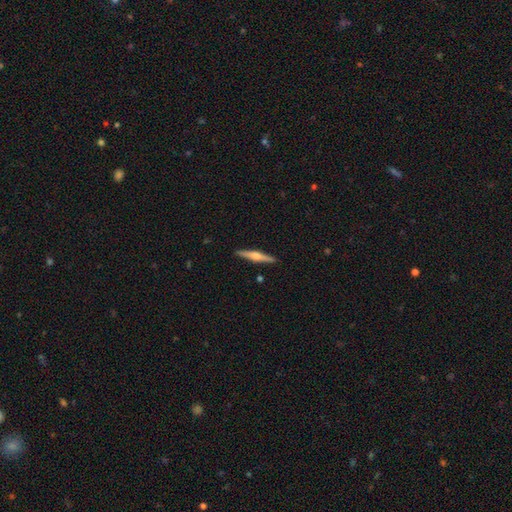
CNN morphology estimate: This is likely a featured or disk galaxy (68%). It is clearly viewed edge-on (98%). Edge-on bulge: clearly rounded (87%). Merging: clearly none (92%).